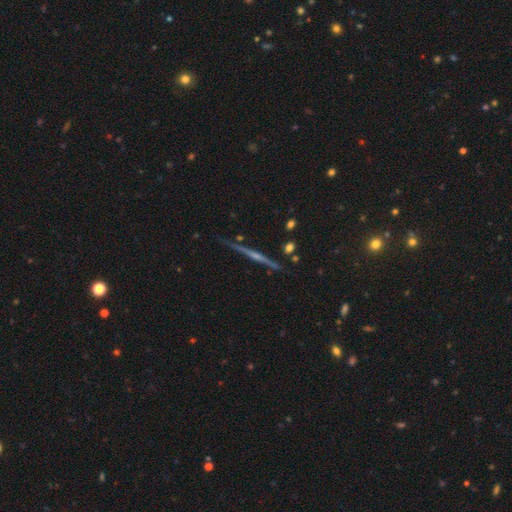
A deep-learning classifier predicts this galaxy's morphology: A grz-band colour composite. It shows a featured or disk galaxy (80%) viewed edge-on (98%) with a rounded central bulge (67%). Merging: none (88%).